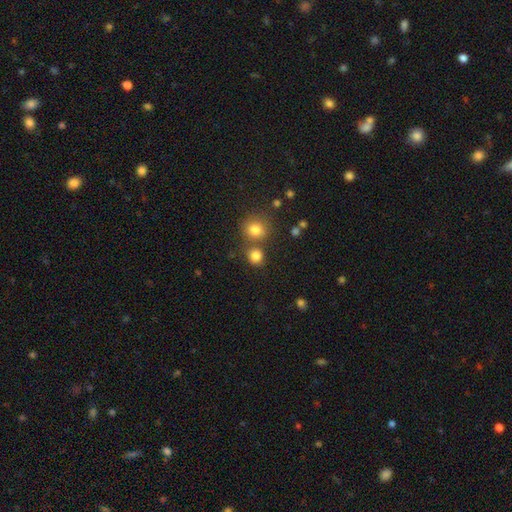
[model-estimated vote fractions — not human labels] smooth_or_featured: smooth (p=0.82) [alt: star or artifact p=0.13]
how_rounded: round (p=0.81) [alt: in between p=0.18]
merging: none (p=0.67) [alt: merger p=0.20]